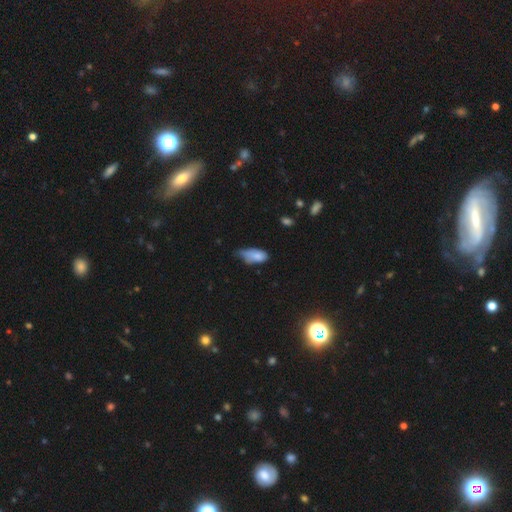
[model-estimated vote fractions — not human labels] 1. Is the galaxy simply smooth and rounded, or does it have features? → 81% smooth, 11% featured or disk, 8% star or artifact.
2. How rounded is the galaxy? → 89% in between, 8% cigar-shaped, 3% round.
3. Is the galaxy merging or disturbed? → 52% minor disturbance, 27% none, 18% major disturbance, 3% merger.